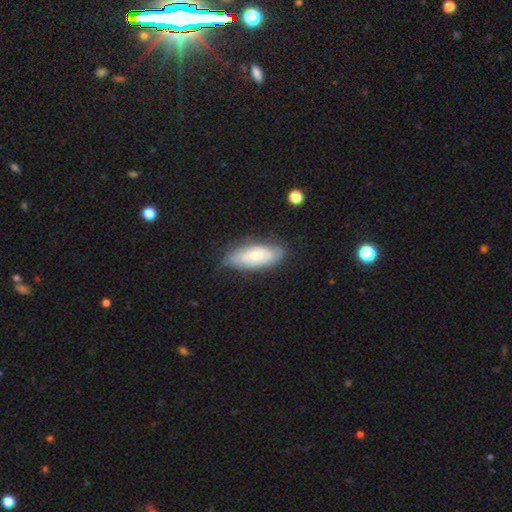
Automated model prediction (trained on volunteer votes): This is likely a smooth galaxy (64%). How rounded: likely in between (79%). Merging: likely none (67%).